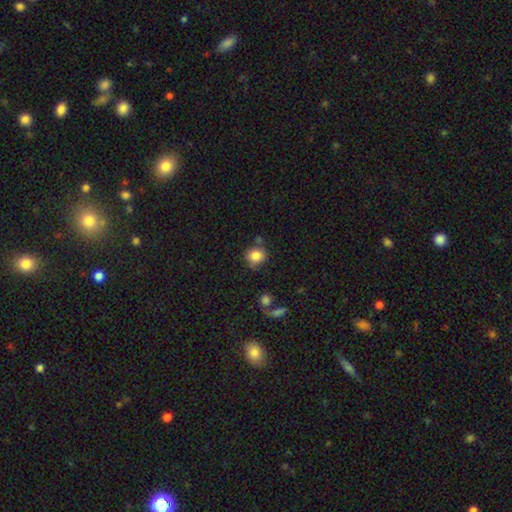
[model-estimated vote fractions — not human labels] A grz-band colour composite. It shows a smooth galaxy with no disk features (84%) that is round (85%). Merging: none (71%).